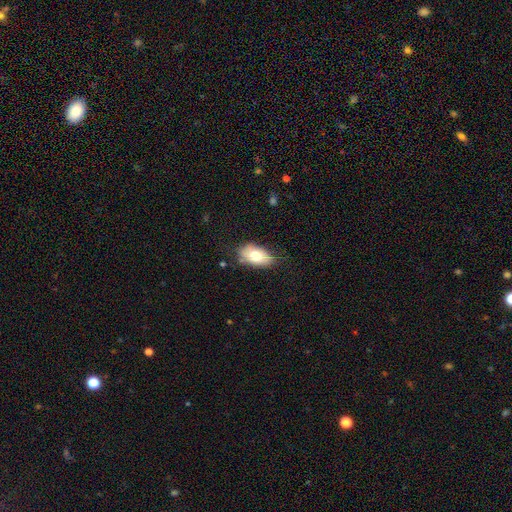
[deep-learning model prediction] A smooth galaxy with no disk features (72%) that is in between round and cigar-shaped (92%).

Vote fractions:
- Smooth or featured? smooth: 72% / featured or disk: 20% / star or artifact: 7%
- How rounded? in between: 92% / round: 6% / cigar-shaped: 2%
- Merging? none: 66% / minor disturbance: 26% / major disturbance: 6% / merger: 2%